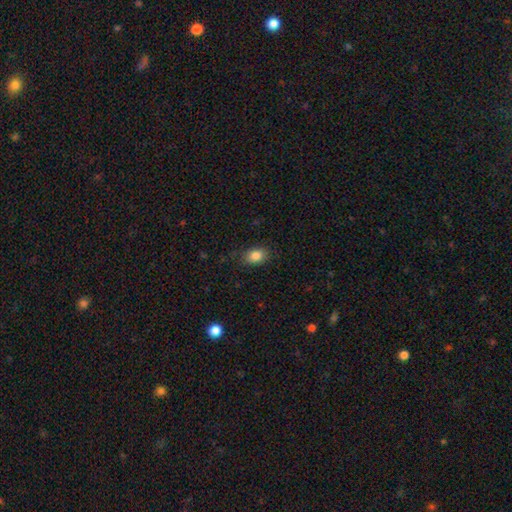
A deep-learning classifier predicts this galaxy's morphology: smooth 85%, star or artifact 9%, featured or disk 6%. Down the decision tree: how rounded — in between (78%); merging — none (82%).